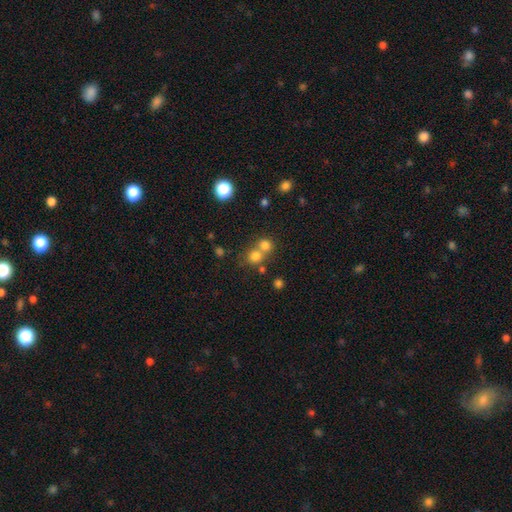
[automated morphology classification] smooth_or_featured: smooth (p=0.74) [alt: star or artifact p=0.17]
how_rounded: round (p=0.87) [alt: in between p=0.12]
merging: none (p=0.47) [alt: merger p=0.45]